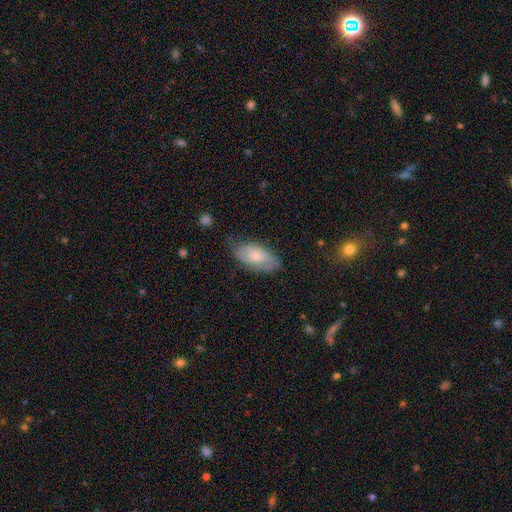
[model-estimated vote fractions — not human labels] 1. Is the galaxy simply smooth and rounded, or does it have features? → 65% smooth, 29% featured or disk, 6% star or artifact.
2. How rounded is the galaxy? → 92% in between, 5% cigar-shaped, 3% round.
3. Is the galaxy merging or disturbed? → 65% none, 27% minor disturbance, 7% major disturbance, 2% merger.